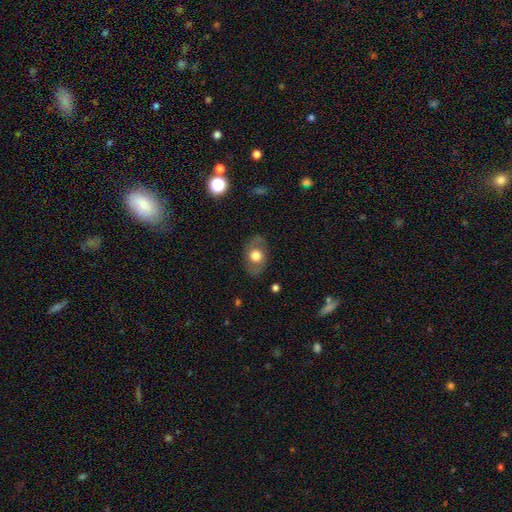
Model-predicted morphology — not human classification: A smooth galaxy with no disk features (55%) that is in between round and cigar-shaped (65%). Merging: none (79%).